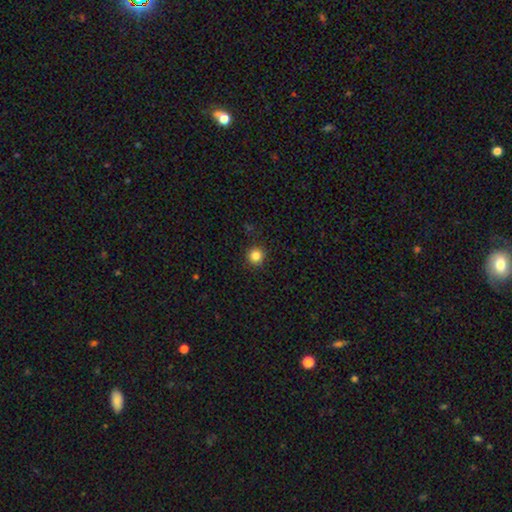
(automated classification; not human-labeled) Overall: smooth (84%). How rounded: round (95%). Merging: none (92%).